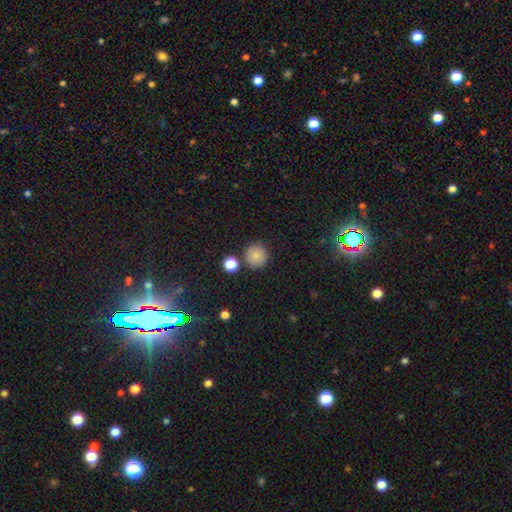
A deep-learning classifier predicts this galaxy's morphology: smooth-or-featured: smooth: 84% | star or artifact: 11% | featured or disk: 6%
  how-rounded: round: 94% | in between: 5% | cigar-shaped: 1%
  merging: none: 84% | minor disturbance: 8% | merger: 6% | major disturbance: 2%